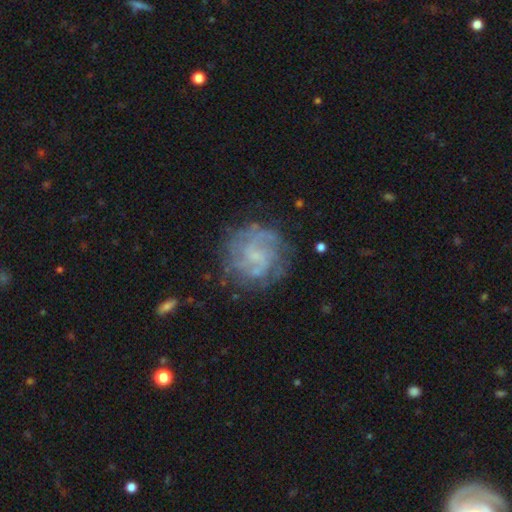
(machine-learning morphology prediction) Smooth or featured?
  - featured or disk: 77% *
  - smooth: 15%
  - star or artifact: 8%
Edge-on disk?
  - no: 98% *
  - yes: 2%
Bar?
  - no: 54% *
  - weak: 39%
  - strong: 7%
Spiral arms?
  - yes: 90% *
  - no: 10%
Spiral winding?
  - tight: 48% *
  - medium: 39%
  - loose: 13%
Spiral arm count?
  - can't tell: 34% *
  - 2: 29%
  - 3: 19%
  - 4: 8%
  - 1: 5%
  - more than 4: 5%
Bulge size?
  - small: 49% *
  - none: 34%
  - moderate: 15%
  - large: 2%
  - dominant: 1%
Merging?
  - none: 74% *
  - minor disturbance: 15%
  - major disturbance: 9%
  - merger: 2%